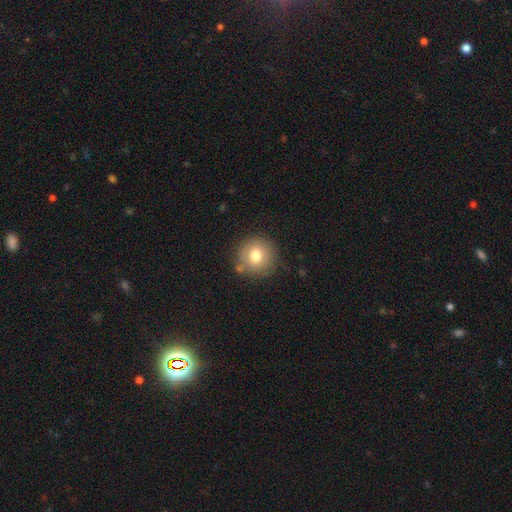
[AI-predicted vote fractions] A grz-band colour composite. It shows a smooth galaxy with no disk features (75%) that is round (90%). Merging: none (79%).